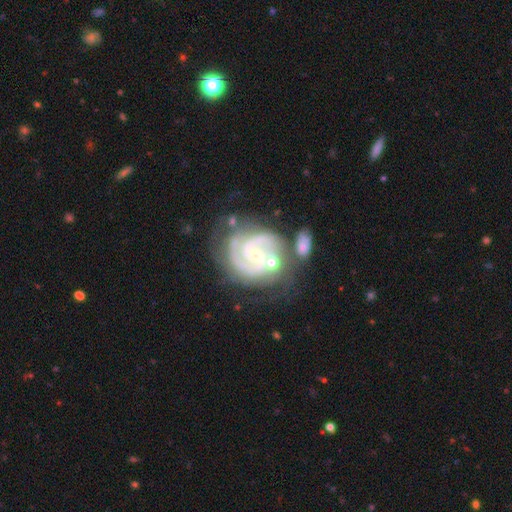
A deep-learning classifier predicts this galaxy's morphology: Q: Smooth or featured?
A: featured or disk (91%); runner-up: star or artifact (5%)
Q: Edge-on disk?
A: no (98%); runner-up: yes (2%)
Q: Bar?
A: no (52%); runner-up: weak (37%)
Q: Spiral arms?
A: yes (98%); runner-up: no (2%)
Q: Spiral winding?
A: tight (64%); runner-up: medium (32%)
Q: Spiral arm count?
A: 2 (69%); runner-up: 3 (15%)
Q: Bulge size?
A: small (71%); runner-up: moderate (22%)
Q: Merging?
A: none (57%); runner-up: minor disturbance (19%)